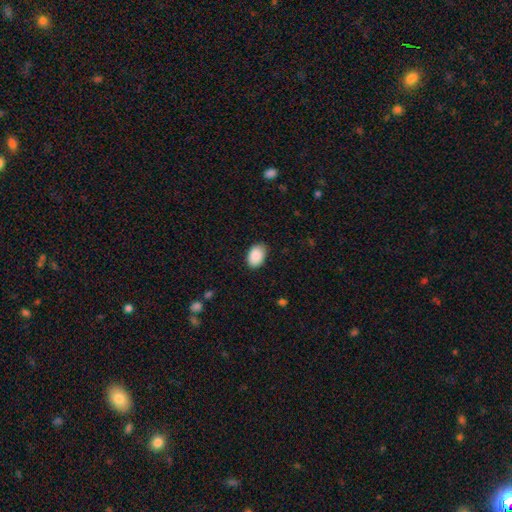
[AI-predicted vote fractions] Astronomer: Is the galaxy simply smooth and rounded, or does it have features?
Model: smooth — 90%.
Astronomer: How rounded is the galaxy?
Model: in between — 86%.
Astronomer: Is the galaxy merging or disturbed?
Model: none — 86%.